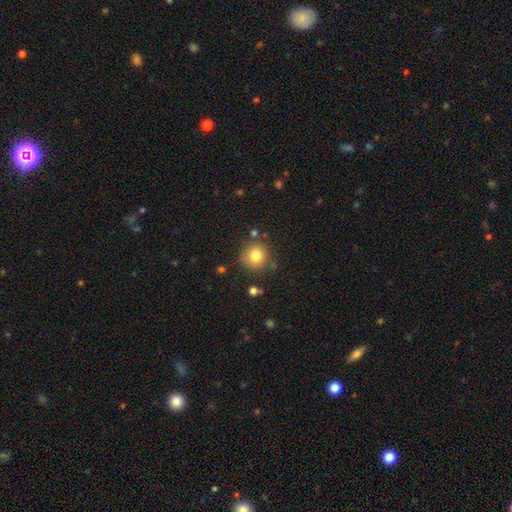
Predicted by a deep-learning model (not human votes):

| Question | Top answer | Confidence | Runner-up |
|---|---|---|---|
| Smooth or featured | smooth | 80% | star or artifact (12%) |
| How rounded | round | 92% | in between (7%) |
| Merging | none | 82% | minor disturbance (10%) |